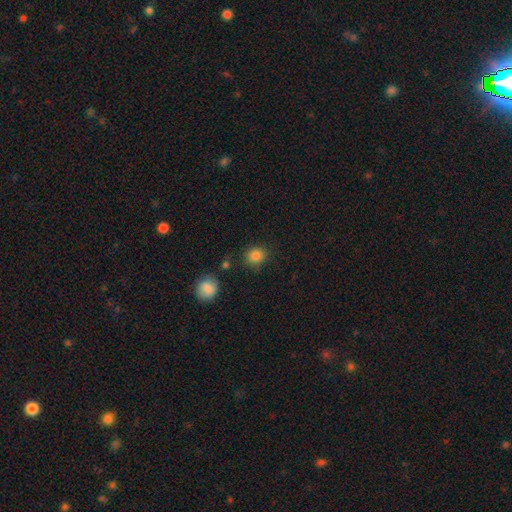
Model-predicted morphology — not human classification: smooth 84%, star or artifact 11%, featured or disk 5%. Down the decision tree: how rounded — round (82%); merging — none (83%).